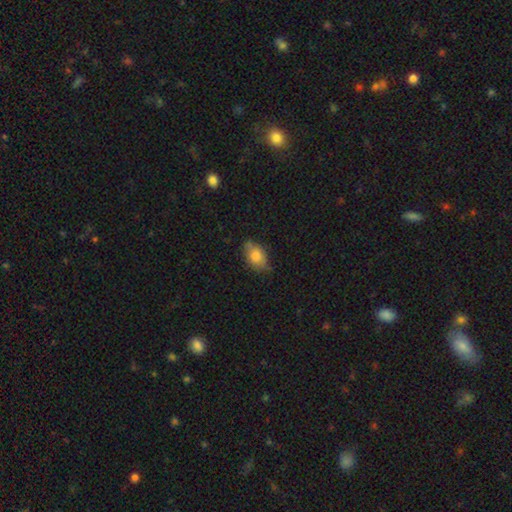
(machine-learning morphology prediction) Smooth or featured: smooth — 80% (featured or disk — 13%)
How rounded: in between — 86% (round — 12%)
Merging: none — 64% (minor disturbance — 28%)